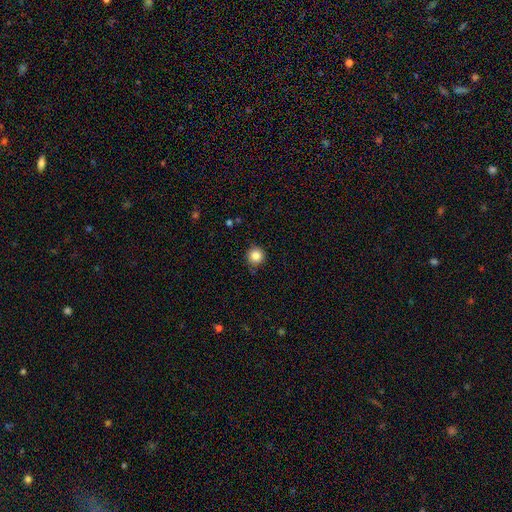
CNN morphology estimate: smooth 85%, star or artifact 10%, featured or disk 5%. Down the decision tree: how rounded — round (94%); merging — none (85%).